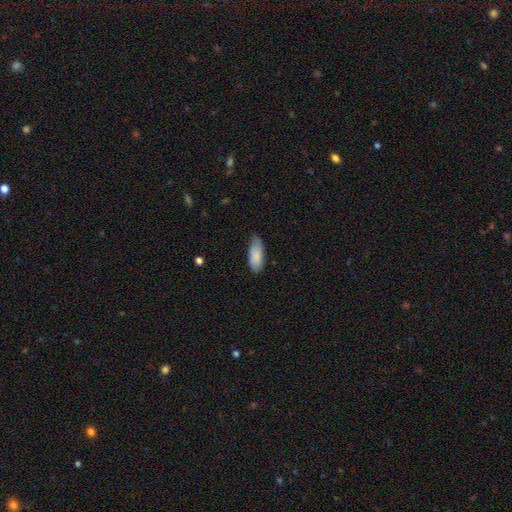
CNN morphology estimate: Smooth or featured?
  - smooth: 85% *
  - featured or disk: 9%
  - star or artifact: 6%
How rounded?
  - in between: 79% *
  - cigar-shaped: 20%
  - round: 2%
Merging?
  - none: 66% *
  - minor disturbance: 28%
  - major disturbance: 4%
  - merger: 1%